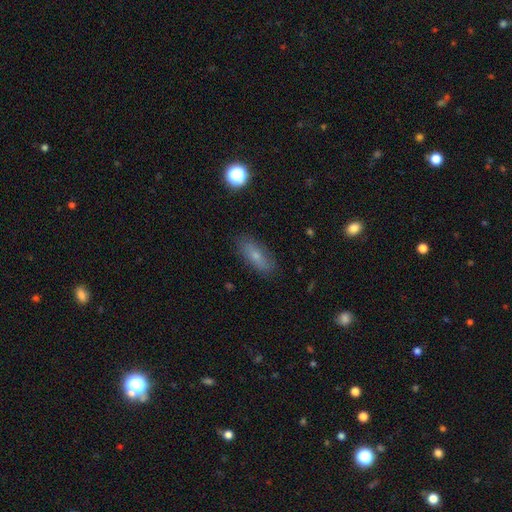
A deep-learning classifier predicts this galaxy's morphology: This appears to be a smooth galaxy with no disk features (65%) that is in between round and cigar-shaped (66%). Merging: none (84%).